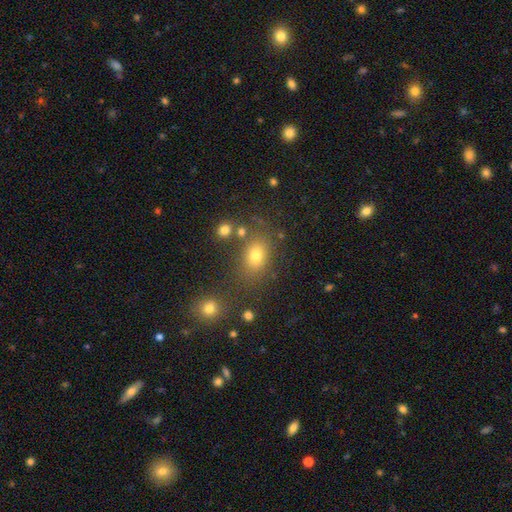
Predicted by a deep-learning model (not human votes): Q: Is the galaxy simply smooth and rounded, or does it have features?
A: smooth — 72%.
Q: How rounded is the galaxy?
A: in between — 63%.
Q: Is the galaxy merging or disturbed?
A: none — 72%.